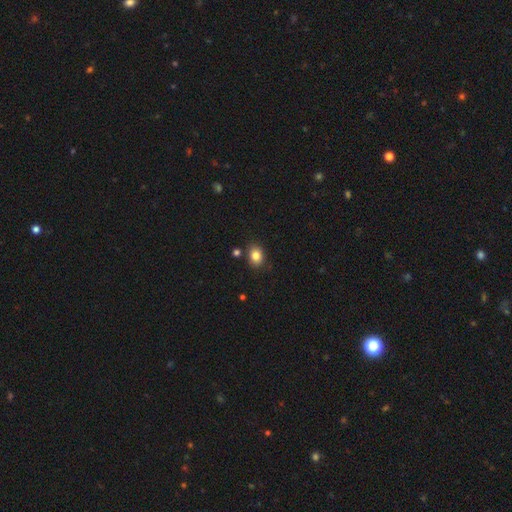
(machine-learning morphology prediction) smooth-or-featured: smooth: 84% | star or artifact: 10% | featured or disk: 6%
  how-rounded: in between: 62% | round: 37% | cigar-shaped: 1%
  merging: none: 81% | minor disturbance: 11% | merger: 5% | major disturbance: 3%